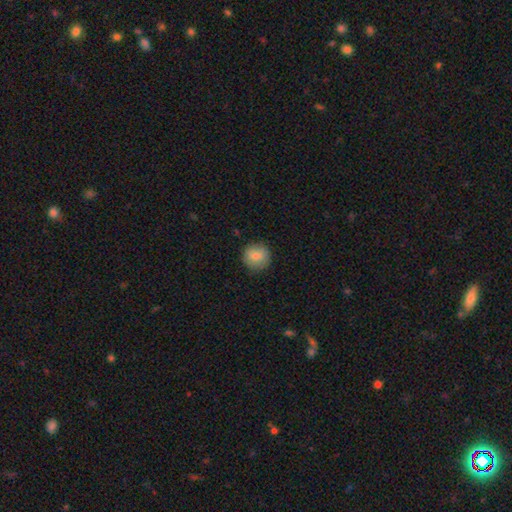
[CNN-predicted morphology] Q: Smooth or featured?
A: smooth (82%); runner-up: featured or disk (10%)
Q: How rounded?
A: round (92%); runner-up: in between (7%)
Q: Merging?
A: none (85%); runner-up: minor disturbance (11%)